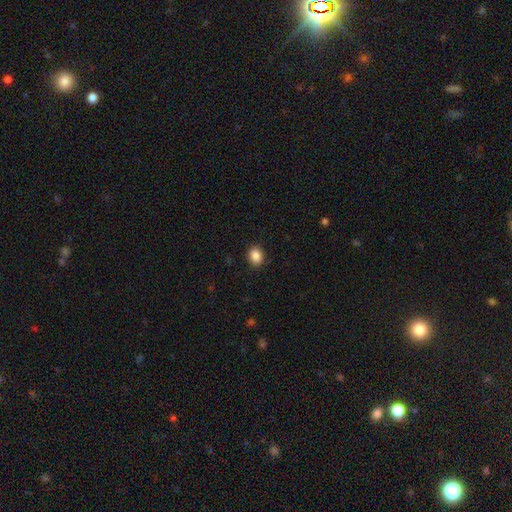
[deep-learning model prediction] smooth-or-featured: smooth: 88% | star or artifact: 9% | featured or disk: 3%
  how-rounded: in between: 52% | round: 47% | cigar-shaped: 1%
  merging: none: 90% | minor disturbance: 7% | major disturbance: 2% | merger: 1%